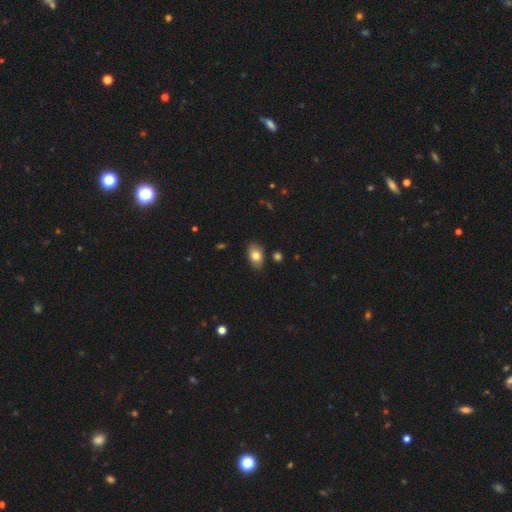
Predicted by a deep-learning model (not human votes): A smooth galaxy with no disk features (80%) that is in between round and cigar-shaped (89%).

Vote fractions:
- Smooth or featured? smooth: 80% / featured or disk: 12% / star or artifact: 8%
- How rounded? in between: 89% / round: 10% / cigar-shaped: 1%
- Merging? none: 84% / minor disturbance: 11% / merger: 2% / major disturbance: 2%